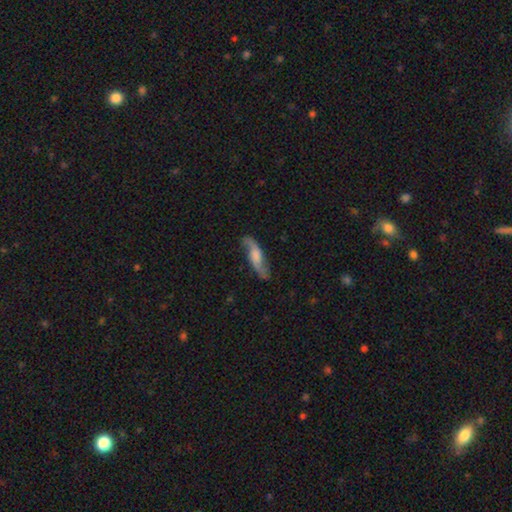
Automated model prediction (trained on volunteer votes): This is likely a featured or disk galaxy (67%). It is clearly not viewed edge-on (81%). Bar: possibly no (54%). Spiral arm pattern: clearly yes (93%). Spiral arm count: clearly 2 (91%). Spiral winding: likely loose (74%). Central bulge: marginally moderate (28%, tied with none). Merging: likely none (76%).